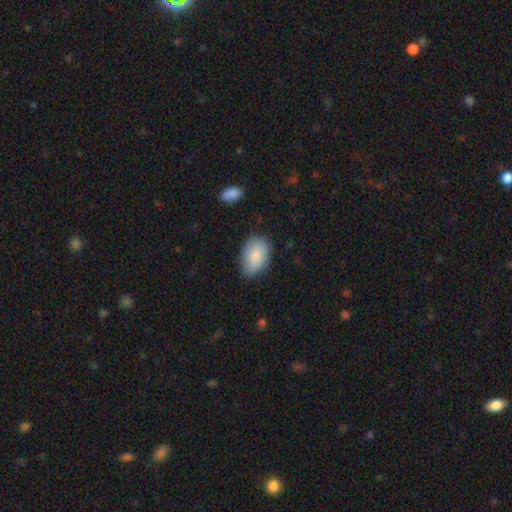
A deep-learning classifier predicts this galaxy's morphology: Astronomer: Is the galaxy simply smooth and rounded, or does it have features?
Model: smooth — 87%.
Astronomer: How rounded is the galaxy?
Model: in between — 90%.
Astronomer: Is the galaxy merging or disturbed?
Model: none — 76%.